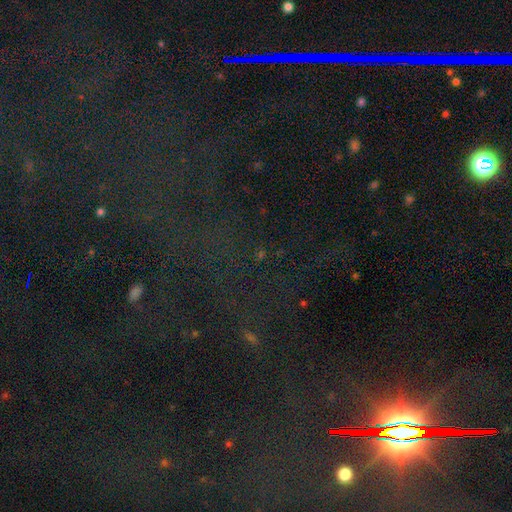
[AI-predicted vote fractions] The model was most divided on "smooth or featured": star or artifact: 83%, smooth: 9%, featured or disk: 8%.